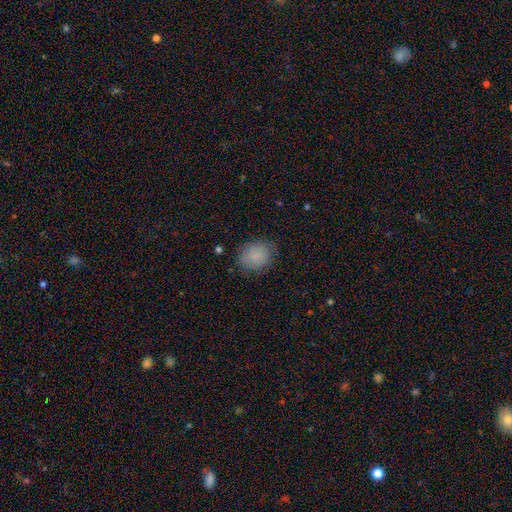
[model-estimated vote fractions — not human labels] A smooth galaxy with no disk features (85%) that is round (53%).

Vote fractions:
- Smooth or featured? smooth: 85% / star or artifact: 8% / featured or disk: 7%
- How rounded? round: 53% / in between: 46% / cigar-shaped: 1%
- Merging? none: 80% / minor disturbance: 15% / major disturbance: 4% / merger: 1%